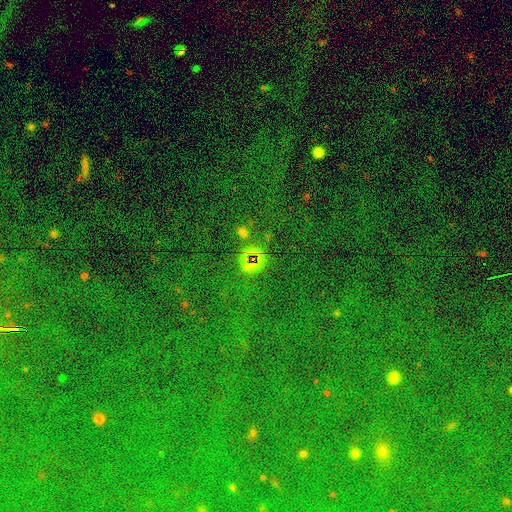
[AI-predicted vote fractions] A star or artifact, not a galaxy (82%).

Vote fractions:
- Smooth or featured? star or artifact: 82% / smooth: 10% / featured or disk: 8%